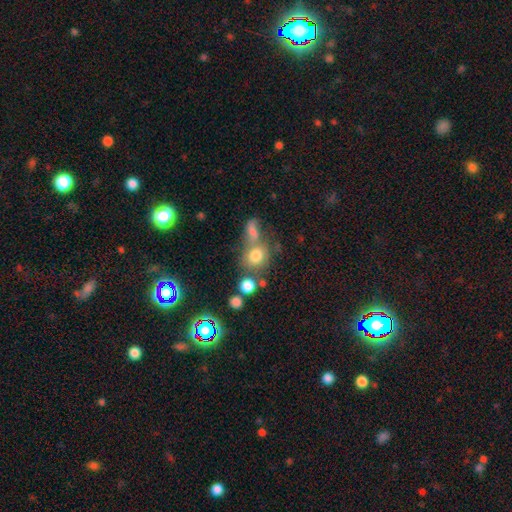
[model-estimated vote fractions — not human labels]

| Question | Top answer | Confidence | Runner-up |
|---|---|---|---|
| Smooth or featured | smooth | 75% | star or artifact (13%) |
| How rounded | round | 69% | in between (29%) |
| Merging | none | 47% | merger (36%) |